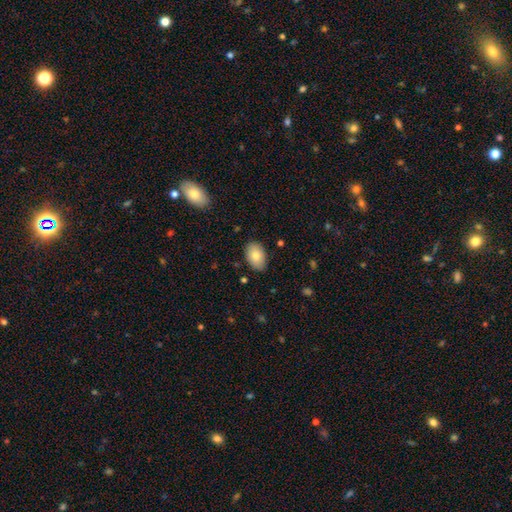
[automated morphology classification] This appears to be a smooth galaxy with no disk features (81%) that is in between round and cigar-shaped (89%). Merging: none (85%).